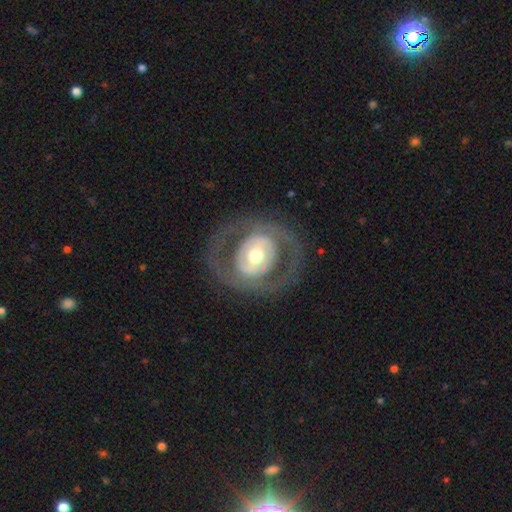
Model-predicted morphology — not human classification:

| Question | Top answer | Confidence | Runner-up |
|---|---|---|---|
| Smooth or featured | featured or disk | 69% | smooth (25%) |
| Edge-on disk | no | 95% | yes (5%) |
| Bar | no | 54% | weak (26%) |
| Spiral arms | no | 67% | yes (33%) |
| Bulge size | moderate | 67% | large (16%) |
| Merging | none | 76% | major disturbance (12%) |